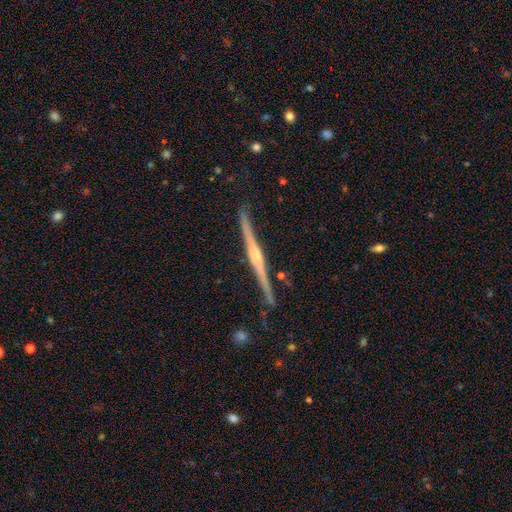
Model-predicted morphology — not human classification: This is clearly a featured or disk galaxy (85%). It is clearly viewed edge-on (98%). Edge-on bulge: likely rounded (79%). Merging: clearly none (88%).